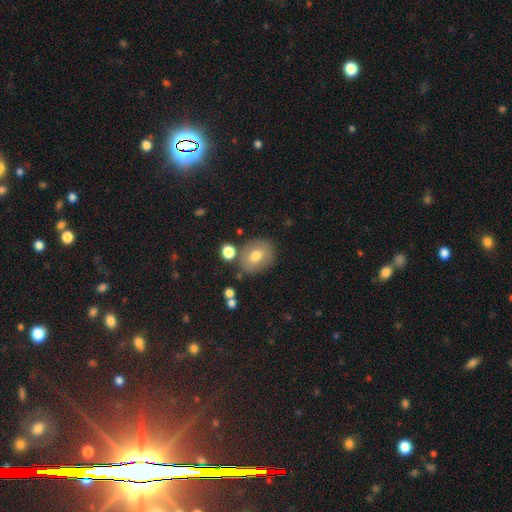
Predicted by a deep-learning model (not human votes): Overall: smooth (69%). How rounded: round (58%; in between 41%). Merging: none (73%).